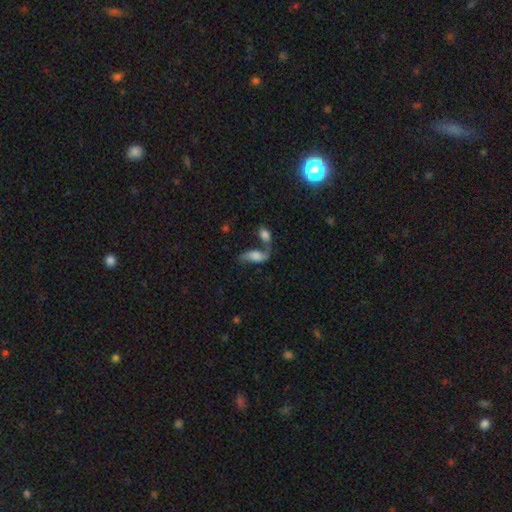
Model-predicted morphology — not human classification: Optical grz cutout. It shows a featured or disk galaxy (51%). Merging: merger (53%).